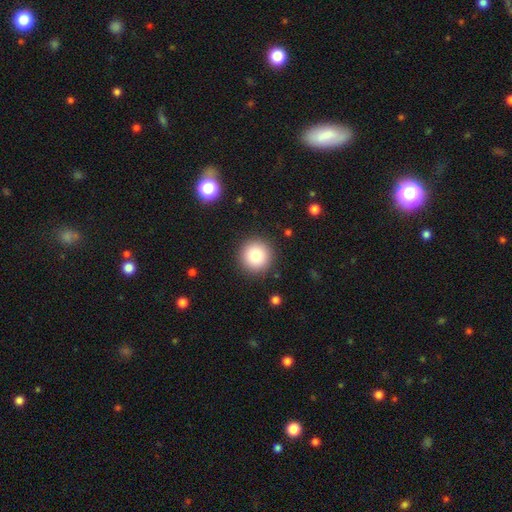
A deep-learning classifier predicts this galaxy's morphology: Q: Smooth or featured?
A: smooth (80%); runner-up: star or artifact (10%)
Q: How rounded?
A: round (95%); runner-up: in between (4%)
Q: Merging?
A: none (91%); runner-up: minor disturbance (6%)